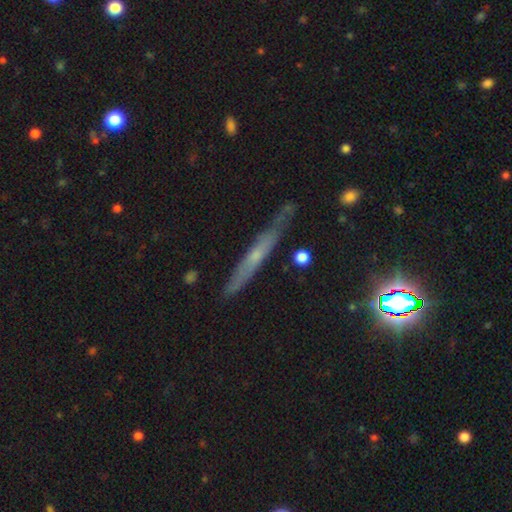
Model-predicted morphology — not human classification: Smooth or featured?
  - featured or disk: 55% *
  - smooth: 33%
  - star or artifact: 11%
Edge-on disk?
  - yes: 89% *
  - no: 11%
Merging?
  - none: 76% *
  - minor disturbance: 18%
  - major disturbance: 3%
  - merger: 2%